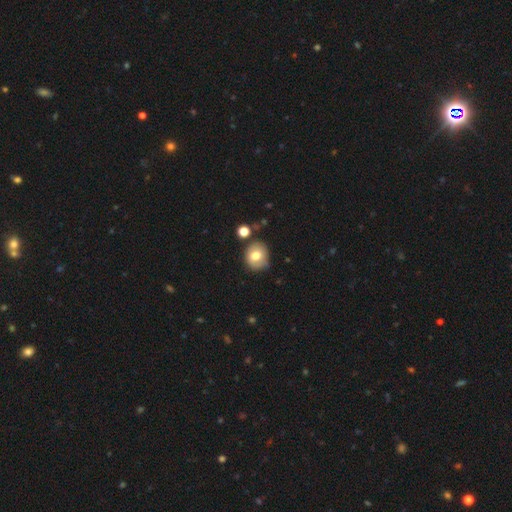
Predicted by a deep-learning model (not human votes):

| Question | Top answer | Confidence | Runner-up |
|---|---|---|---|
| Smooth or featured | smooth | 70% | featured or disk (21%) |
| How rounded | round | 71% | in between (29%) |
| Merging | none | 69% | minor disturbance (20%) |